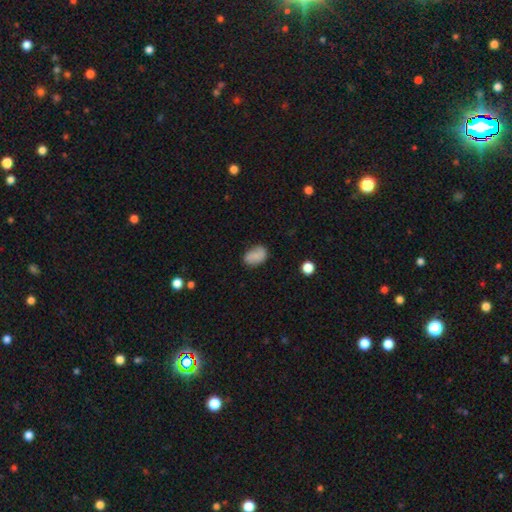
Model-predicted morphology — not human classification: Smooth or featured? smooth (73%)
How rounded? in between (83%)
Merging? none (72%)